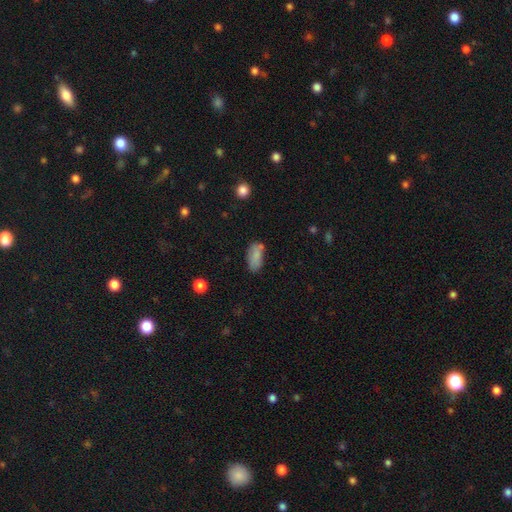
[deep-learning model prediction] Morphology: type=smooth (81%); roundness=in between (90%); merging=none (61%).